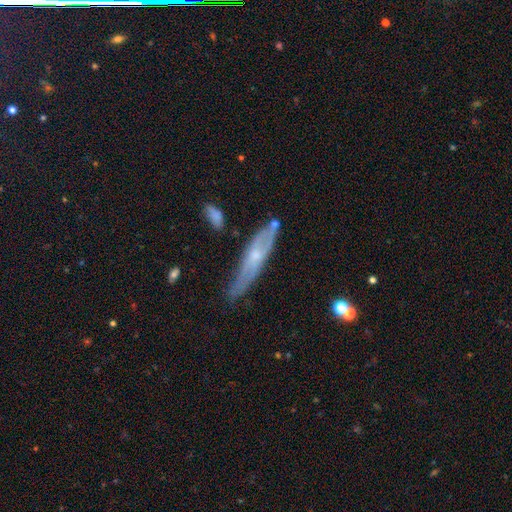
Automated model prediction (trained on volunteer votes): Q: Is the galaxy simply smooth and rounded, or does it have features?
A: featured or disk — 60%.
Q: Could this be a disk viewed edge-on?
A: yes — 60%.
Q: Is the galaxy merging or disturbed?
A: none — 59%.